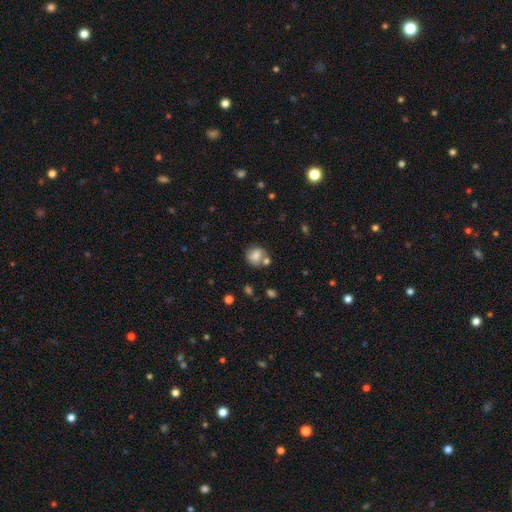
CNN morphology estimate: Overall: smooth (75%). How rounded: round (69%; in between 30%). Merging: none (51%; merger 24%).